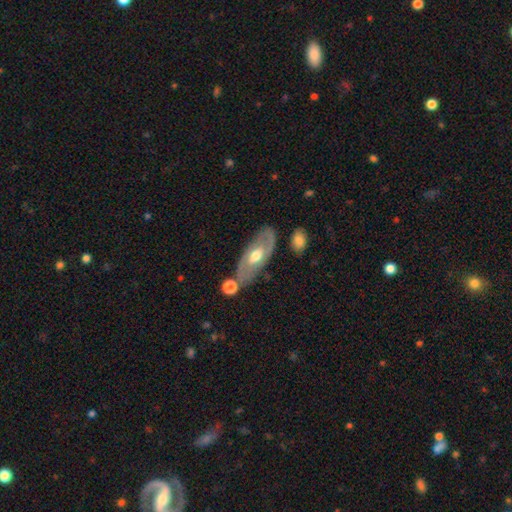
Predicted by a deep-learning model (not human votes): Overall: featured or disk (60%; smooth 35%). Edge-on disk: no (79%). Merging: none (75%).